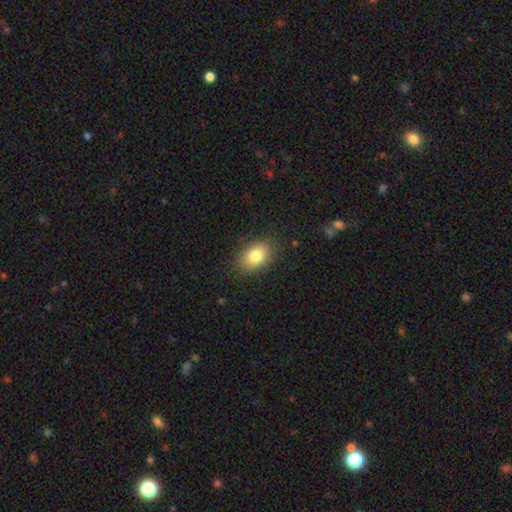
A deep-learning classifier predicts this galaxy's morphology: Smooth or featured: smooth — 82% (featured or disk — 9%)
How rounded: in between — 84% (round — 15%)
Merging: none — 85% (minor disturbance — 11%)